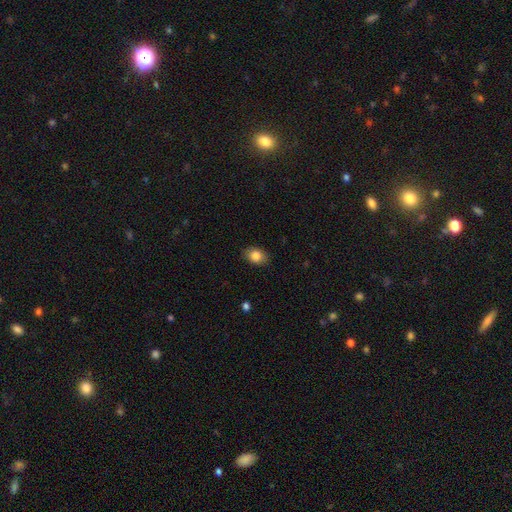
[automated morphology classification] This is clearly a smooth galaxy (84%). How rounded: likely in between (73%). Merging: clearly none (86%).